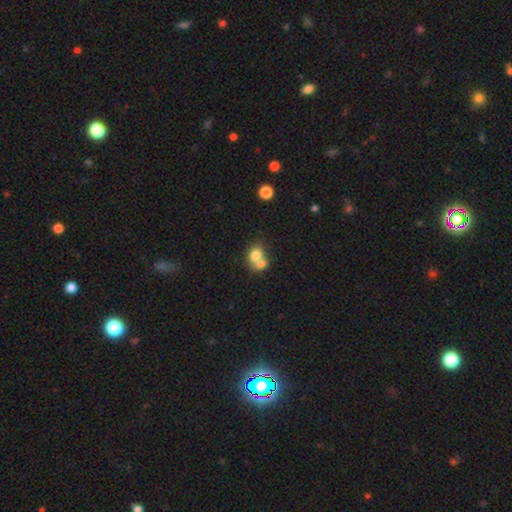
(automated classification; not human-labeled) smooth-or-featured: smooth: 75% | featured or disk: 15% | star or artifact: 10%
  how-rounded: round: 51% | in between: 48% | cigar-shaped: 1%
  merging: merger: 63% | none: 26% | minor disturbance: 7% | major disturbance: 4%